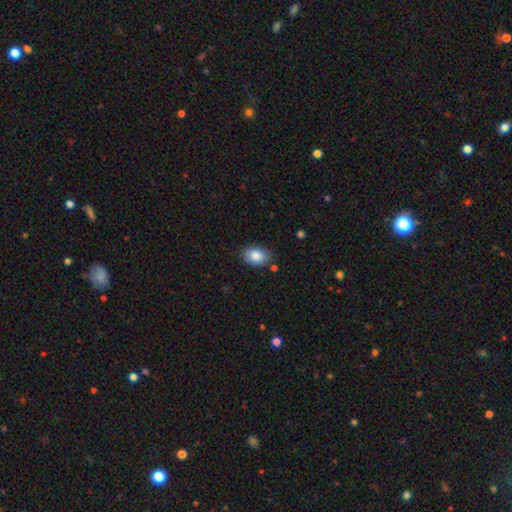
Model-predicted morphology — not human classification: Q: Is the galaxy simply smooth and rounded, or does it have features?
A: smooth — 86%.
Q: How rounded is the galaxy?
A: in between — 84%.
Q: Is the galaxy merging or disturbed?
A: none — 82%.